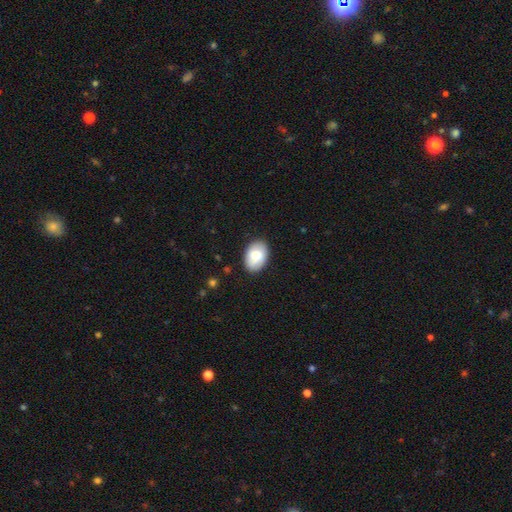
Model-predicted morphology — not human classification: This is clearly a smooth galaxy (82%). How rounded: clearly in between (87%). Merging: clearly none (86%).